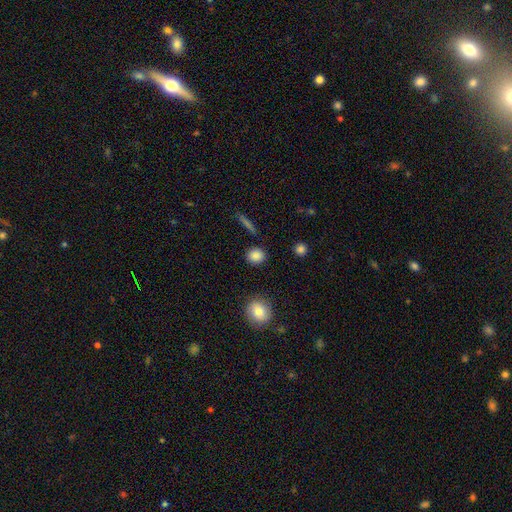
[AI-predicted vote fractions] A smooth galaxy with no disk features (86%) that is round (80%).

Vote fractions:
- Smooth or featured? smooth: 86% / star or artifact: 9% / featured or disk: 4%
- How rounded? round: 80% / in between: 18% / cigar-shaped: 2%
- Merging? none: 90% / minor disturbance: 6% / major disturbance: 2% / merger: 2%